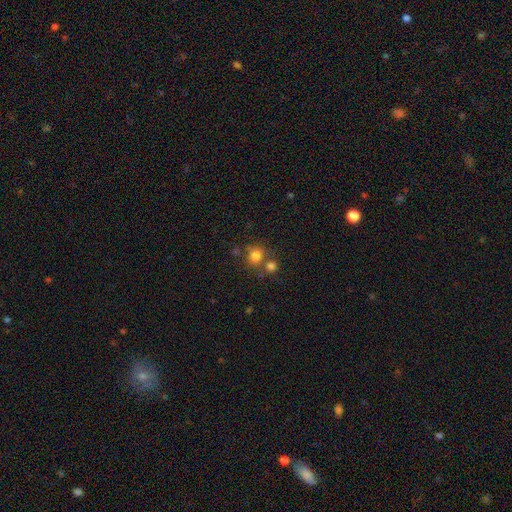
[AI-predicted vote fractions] Smooth or featured?
  - smooth: 78% *
  - star or artifact: 14%
  - featured or disk: 8%
How rounded?
  - round: 86% *
  - in between: 13%
  - cigar-shaped: 1%
Merging?
  - none: 61% *
  - merger: 25%
  - minor disturbance: 9%
  - major disturbance: 4%